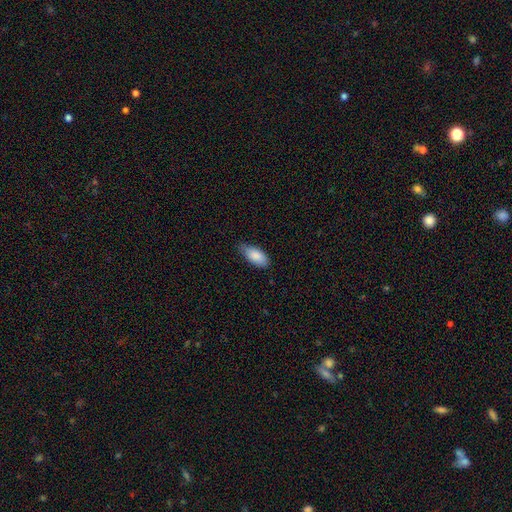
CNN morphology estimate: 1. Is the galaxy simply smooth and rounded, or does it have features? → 87% smooth, 7% featured or disk, 6% star or artifact.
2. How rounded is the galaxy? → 90% in between, 8% cigar-shaped, 2% round.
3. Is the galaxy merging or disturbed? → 71% none, 25% minor disturbance, 3% major disturbance, 1% merger.